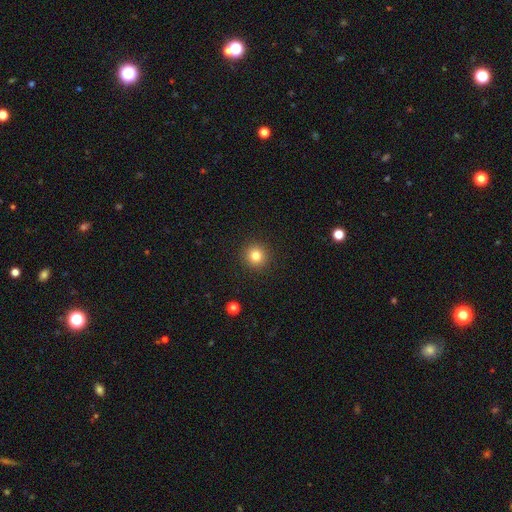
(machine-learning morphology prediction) A smooth galaxy with no disk features (81%) that is round (94%).

Vote fractions:
- Smooth or featured? smooth: 81% / star or artifact: 12% / featured or disk: 7%
- How rounded? round: 94% / in between: 5% / cigar-shaped: 1%
- Merging? none: 92% / minor disturbance: 5% / major disturbance: 2% / merger: 1%